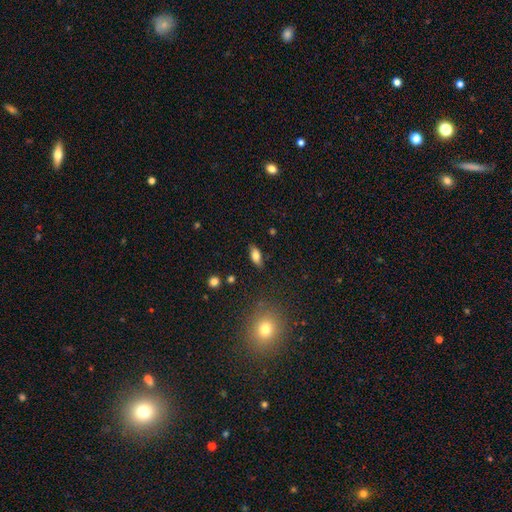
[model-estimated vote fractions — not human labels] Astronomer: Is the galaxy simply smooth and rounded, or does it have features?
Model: smooth — 74%.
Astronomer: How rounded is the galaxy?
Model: in between — 83%.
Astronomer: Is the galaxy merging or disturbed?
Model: none — 84%.